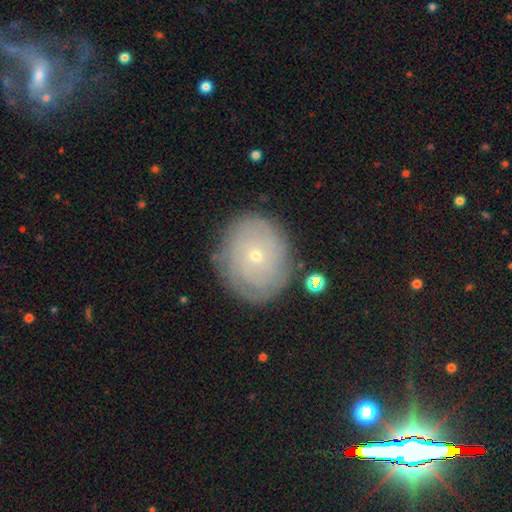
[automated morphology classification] This appears to be a featured or disk galaxy (61%) with no bar (87%), spiral arms (73%) and a small central bulge (80%). Merging: none (81%).